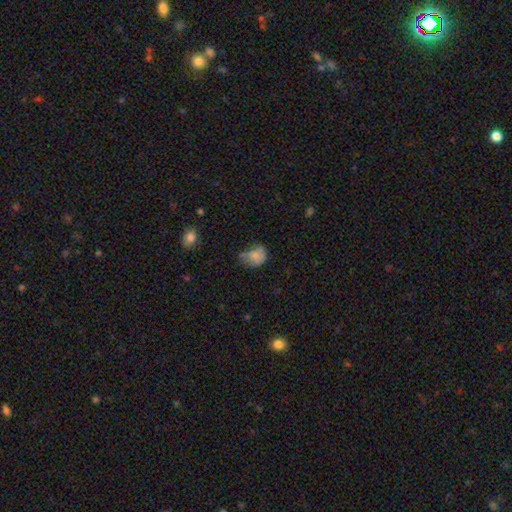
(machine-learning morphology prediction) Overall: smooth (72%). How rounded: in between (57%; round 42%). Merging: minor disturbance (37%; none 31%).